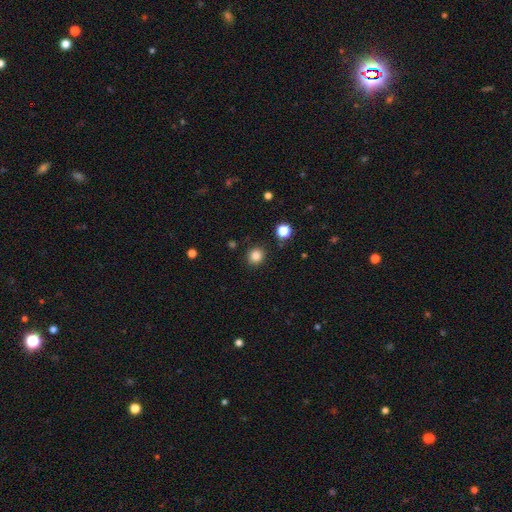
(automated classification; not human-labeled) Smooth or featured: smooth — 84% (star or artifact — 12%)
How rounded: round — 88% (in between — 11%)
Merging: none — 90% (minor disturbance — 6%)